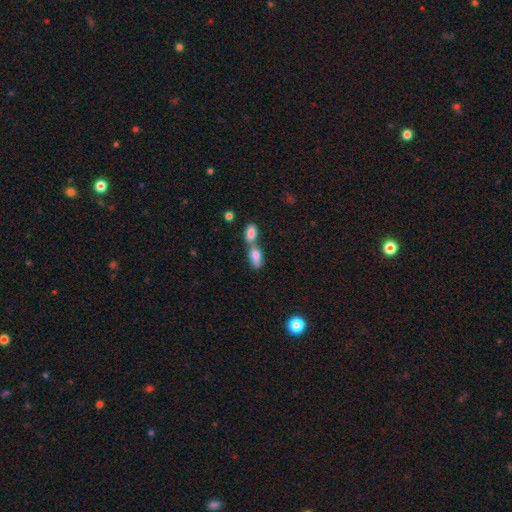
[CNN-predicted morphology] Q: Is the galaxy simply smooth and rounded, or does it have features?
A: smooth — 81%.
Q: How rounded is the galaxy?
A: in between — 85%.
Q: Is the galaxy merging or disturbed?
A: merger — 64%.